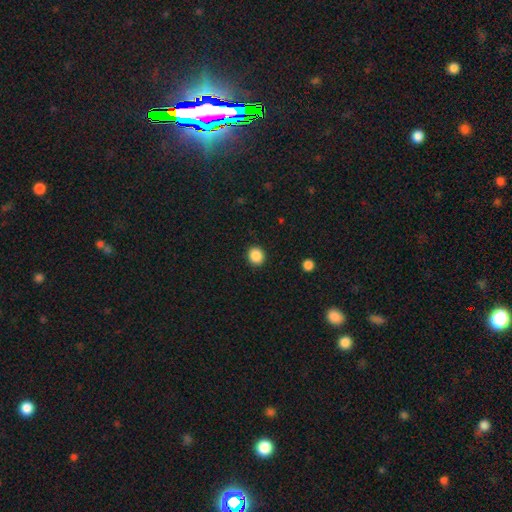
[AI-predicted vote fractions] Smooth or featured?
  - smooth: 87% *
  - star or artifact: 10%
  - featured or disk: 3%
How rounded?
  - round: 81% *
  - in between: 18%
  - cigar-shaped: 1%
Merging?
  - none: 91% *
  - minor disturbance: 6%
  - major disturbance: 2%
  - merger: 1%